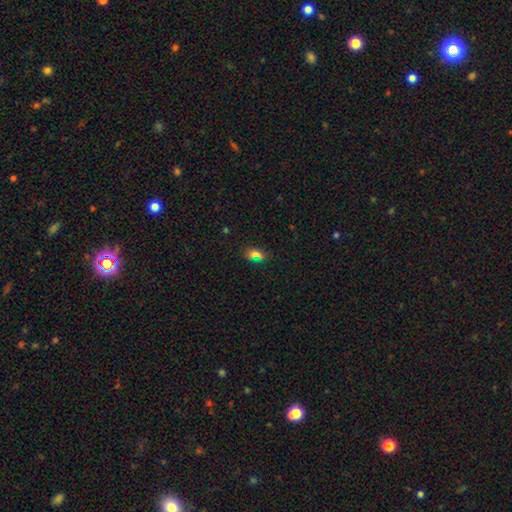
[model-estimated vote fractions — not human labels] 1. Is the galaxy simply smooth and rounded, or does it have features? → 64% smooth, 27% star or artifact, 9% featured or disk.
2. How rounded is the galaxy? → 73% in between, 21% round, 6% cigar-shaped.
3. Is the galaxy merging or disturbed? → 83% none, 11% minor disturbance, 4% major disturbance, 3% merger.